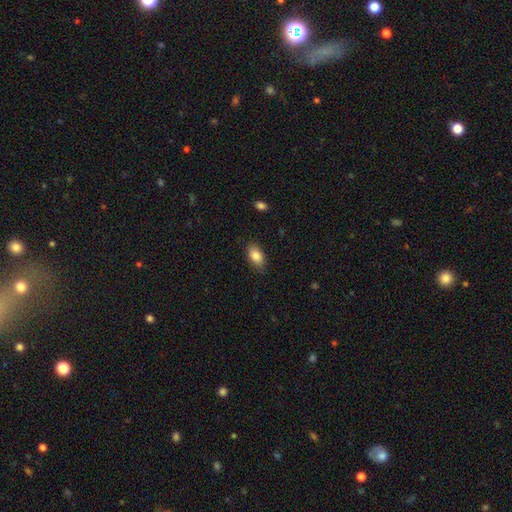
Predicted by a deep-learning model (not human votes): Q: Smooth or featured?
A: smooth (85%); runner-up: featured or disk (8%)
Q: How rounded?
A: in between (91%); runner-up: round (5%)
Q: Merging?
A: none (84%); runner-up: minor disturbance (12%)